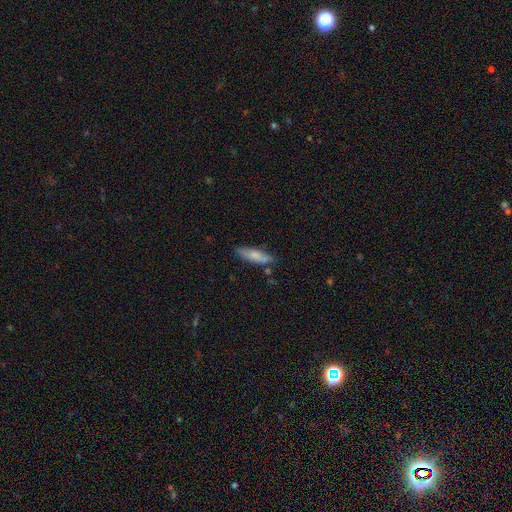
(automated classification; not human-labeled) Smooth or featured?
  - smooth: 73% *
  - featured or disk: 20%
  - star or artifact: 7%
How rounded?
  - cigar-shaped: 57% *
  - in between: 41%
  - round: 2%
Merging?
  - none: 71% *
  - minor disturbance: 20%
  - merger: 5%
  - major disturbance: 4%